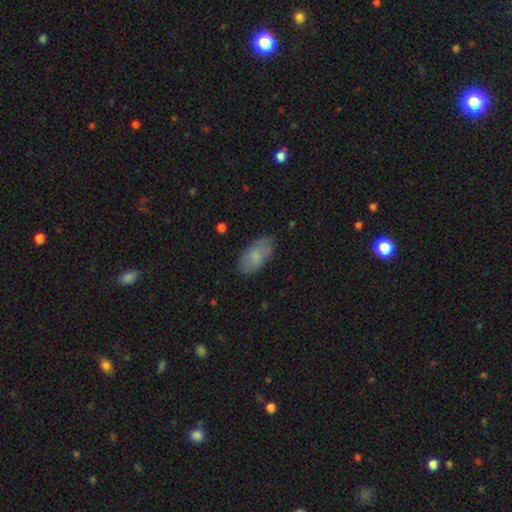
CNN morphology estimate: Smooth or featured? Predicted: smooth (p=0.77). How rounded? Predicted: in between (p=0.93). Merging? Predicted: none (p=0.76).